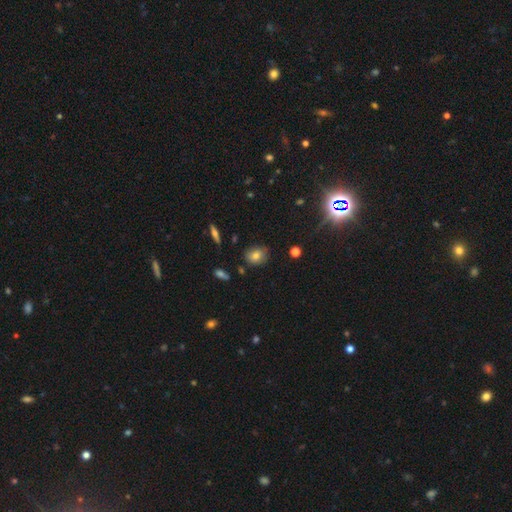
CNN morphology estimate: Q: Smooth or featured?
A: smooth (74%); runner-up: featured or disk (13%)
Q: How rounded?
A: round (56%); runner-up: in between (42%)
Q: Merging?
A: none (75%); runner-up: minor disturbance (20%)